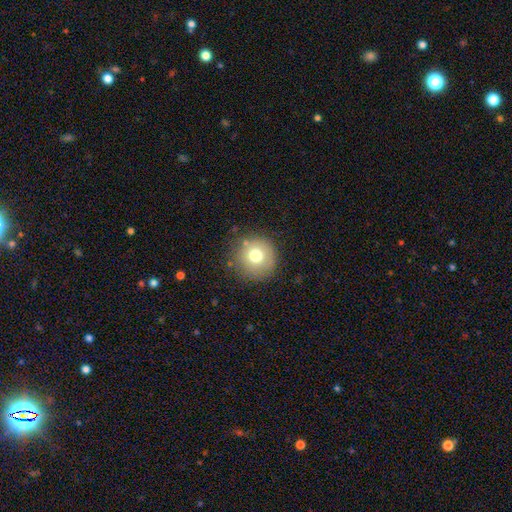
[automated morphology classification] A smooth galaxy with no disk features (74%) that is round (94%).

Vote fractions:
- Smooth or featured? smooth: 74% / featured or disk: 14% / star or artifact: 12%
- How rounded? round: 94% / in between: 5% / cigar-shaped: 1%
- Merging? none: 82% / minor disturbance: 11% / major disturbance: 4% / merger: 2%